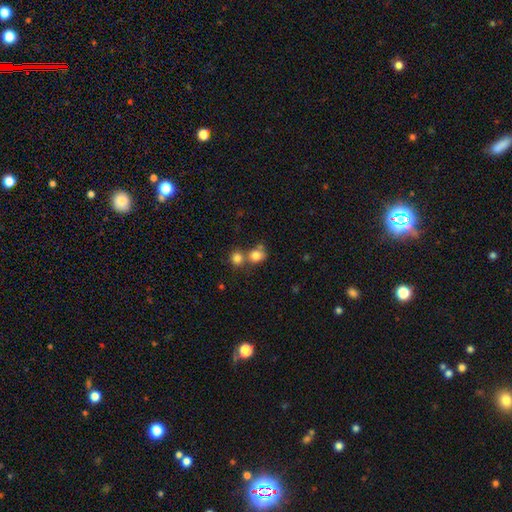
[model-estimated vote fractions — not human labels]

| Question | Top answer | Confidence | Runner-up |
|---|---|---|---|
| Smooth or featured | smooth | 80% | star or artifact (11%) |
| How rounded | round | 72% | in between (26%) |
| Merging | none | 44% | merger (42%) |